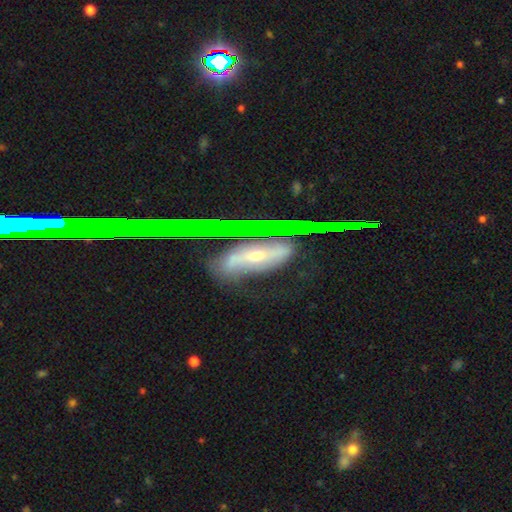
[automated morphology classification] A featured or disk galaxy (60%).

Vote fractions:
- Smooth or featured? featured or disk: 60% / smooth: 21% / star or artifact: 18%
- Edge-on disk? no: 59% / yes: 41%
- Merging? none: 68% / minor disturbance: 19% / major disturbance: 10% / merger: 4%